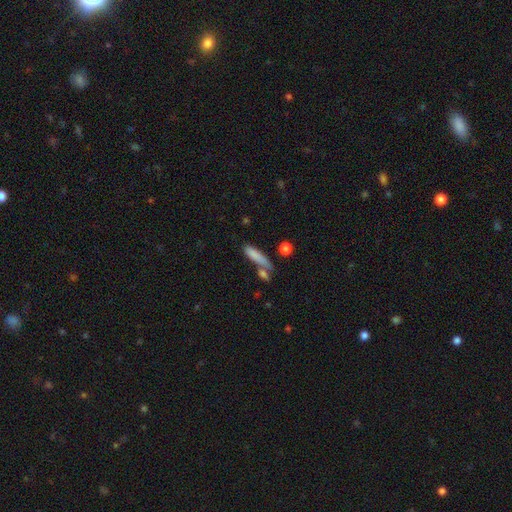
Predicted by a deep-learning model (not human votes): Smooth or featured?
  - smooth: 79% *
  - featured or disk: 13%
  - star or artifact: 8%
How rounded?
  - cigar-shaped: 71% *
  - in between: 26%
  - round: 3%
Merging?
  - none: 55% *
  - merger: 22%
  - minor disturbance: 16%
  - major disturbance: 7%